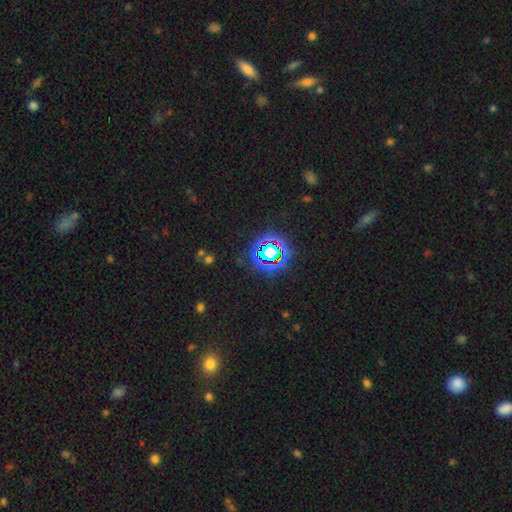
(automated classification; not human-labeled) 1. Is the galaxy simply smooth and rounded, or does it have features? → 72% star or artifact, 20% smooth, 8% featured or disk.